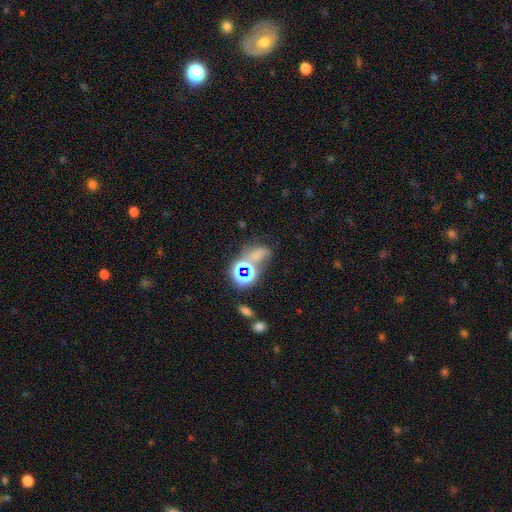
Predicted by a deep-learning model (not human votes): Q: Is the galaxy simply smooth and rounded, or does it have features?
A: star or artifact — 43%.